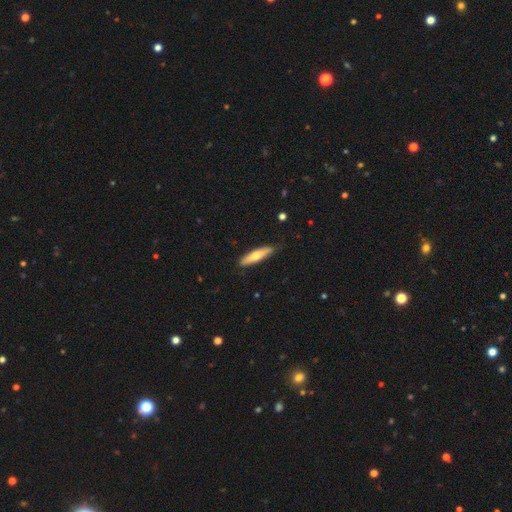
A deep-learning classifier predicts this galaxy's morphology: The model was most divided on "smooth or featured": smooth: 61%, featured or disk: 34%, star or artifact: 5%. More confident: merging — none (85%); how rounded — cigar-shaped (77%).